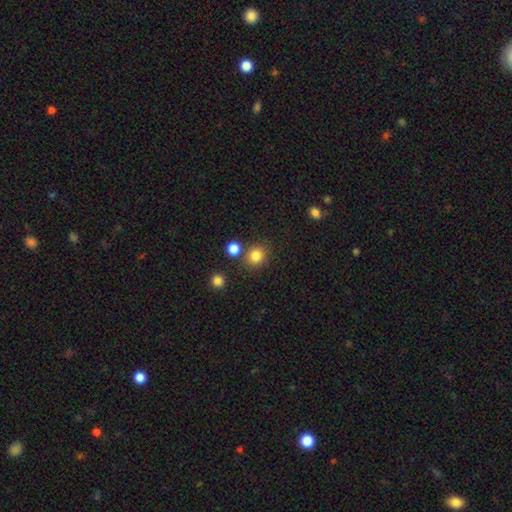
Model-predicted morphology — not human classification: smooth_or_featured: smooth (p=0.82) [alt: star or artifact p=0.13]
how_rounded: round (p=0.84) [alt: in between p=0.15]
merging: none (p=0.79) [alt: merger p=0.10]